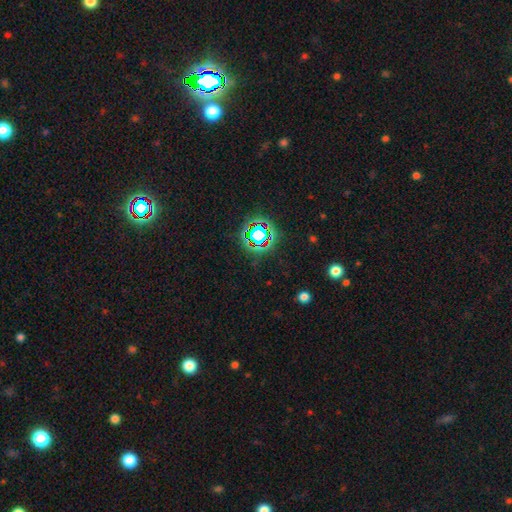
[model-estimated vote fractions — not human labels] A star or artifact, not a galaxy (78%).

Vote fractions:
- Smooth or featured? star or artifact: 78% / smooth: 14% / featured or disk: 9%